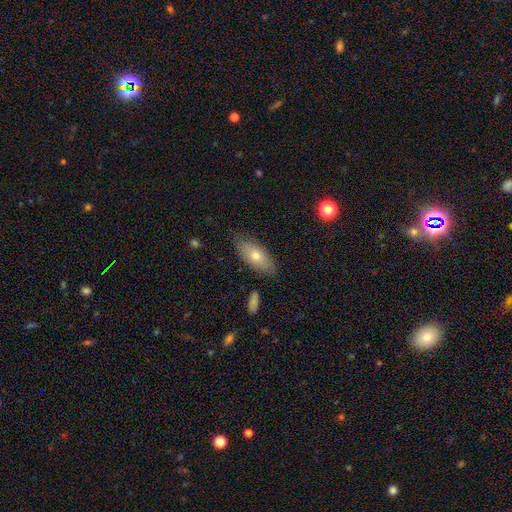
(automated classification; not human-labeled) Smooth or featured? Predicted: smooth (p=0.66). How rounded? Predicted: in between (p=0.83). Merging? Predicted: none (p=0.79).